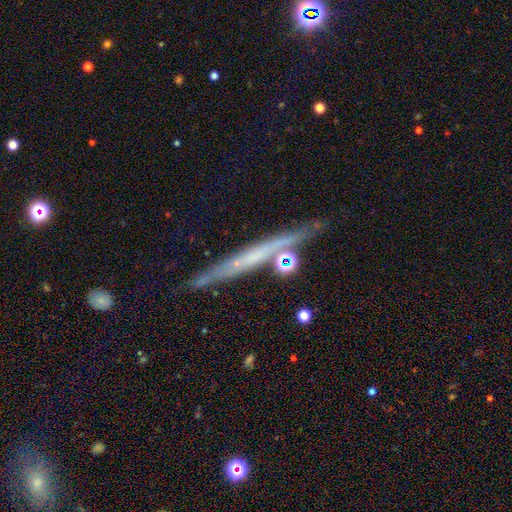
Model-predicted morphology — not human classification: Smooth or featured: featured or disk — 61% (smooth — 28%)
Edge-on disk: yes — 91% (no — 9%)
Edge-on bulge: none — 78% (rounded — 16%)
Merging: none — 73% (minor disturbance — 15%)